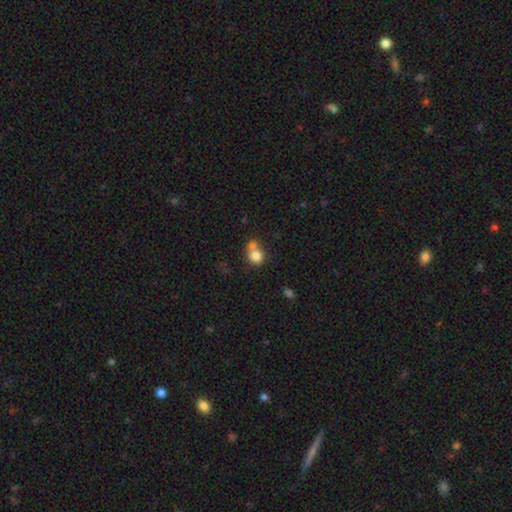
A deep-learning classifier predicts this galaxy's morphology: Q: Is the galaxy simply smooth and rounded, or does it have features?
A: smooth — 79%.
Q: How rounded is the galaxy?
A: round — 79%.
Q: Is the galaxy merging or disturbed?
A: merger — 51%.